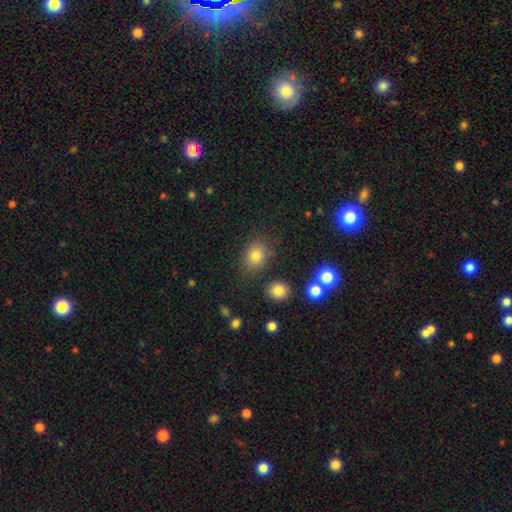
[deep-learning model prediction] Smooth or featured: smooth — 80% (star or artifact — 13%)
How rounded: round — 50% (in between — 49%)
Merging: none — 78% (minor disturbance — 13%)